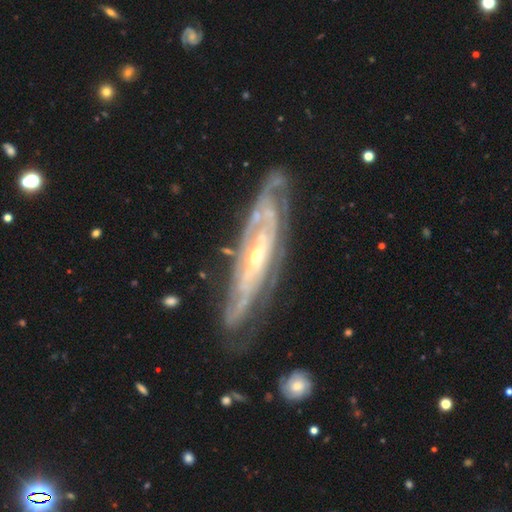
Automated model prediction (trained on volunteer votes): This is clearly a featured or disk galaxy (88%). It is likely not viewed edge-on (75%). Bar: possibly no (60%). Spiral arm pattern: clearly yes (93%). Spiral arm count: marginally can't tell (45%). Spiral winding: likely tight (69%). Central bulge: likely small (72%). Merging: likely none (74%).